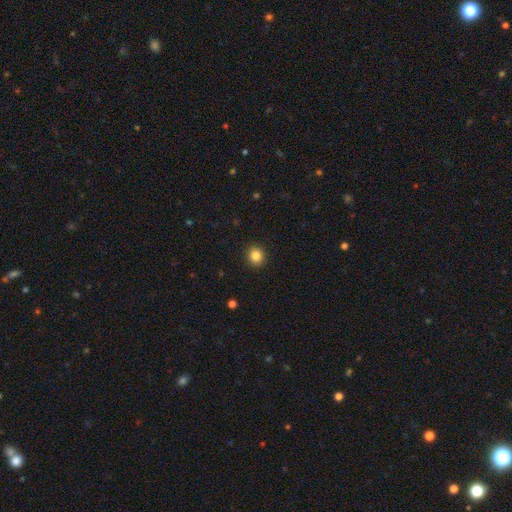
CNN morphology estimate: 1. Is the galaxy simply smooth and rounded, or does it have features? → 85% smooth, 10% star or artifact, 5% featured or disk.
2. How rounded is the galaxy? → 87% round, 12% in between, 1% cigar-shaped.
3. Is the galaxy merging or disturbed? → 92% none, 6% minor disturbance, 2% major disturbance, 1% merger.